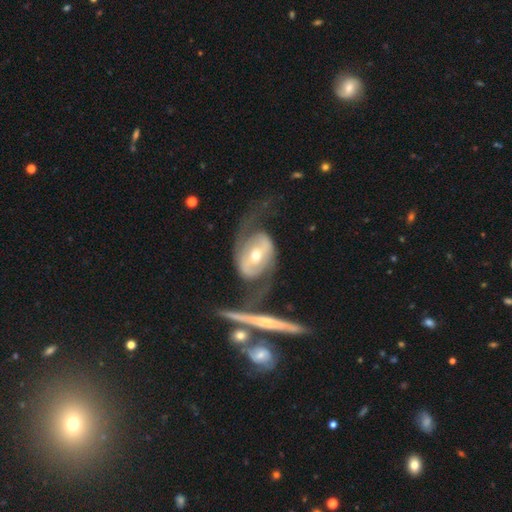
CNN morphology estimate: smooth_or_featured: featured or disk (p=0.77) [alt: smooth p=0.17]
disk_edge_on: no (p=0.93) [alt: yes p=0.07]
bar: strong (p=0.40) [alt: weak p=0.33]
has_spiral_arms: yes (p=0.80) [alt: no p=0.20]
spiral_winding: medium (p=0.40) [alt: loose p=0.36]
spiral_arm_count: 2 (p=0.81) [alt: can't tell p=0.10]
bulge_size: moderate (p=0.56) [alt: small p=0.39]
merging: none (p=0.42) [alt: major disturbance p=0.23]